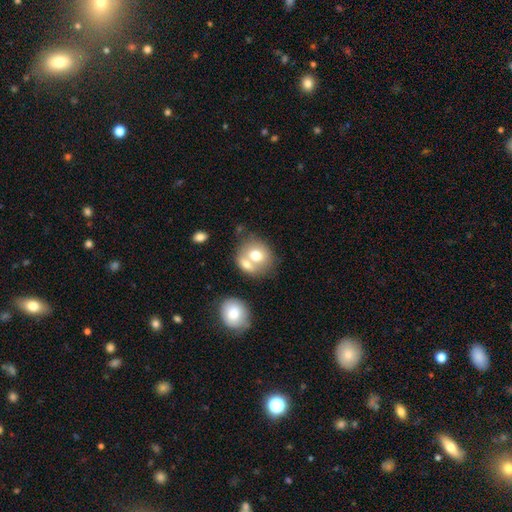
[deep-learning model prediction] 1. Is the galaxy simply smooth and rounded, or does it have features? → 69% smooth, 23% featured or disk, 8% star or artifact.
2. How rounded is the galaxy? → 70% round, 29% in between, 1% cigar-shaped.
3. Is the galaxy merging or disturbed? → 53% merger, 34% none, 9% minor disturbance, 4% major disturbance.